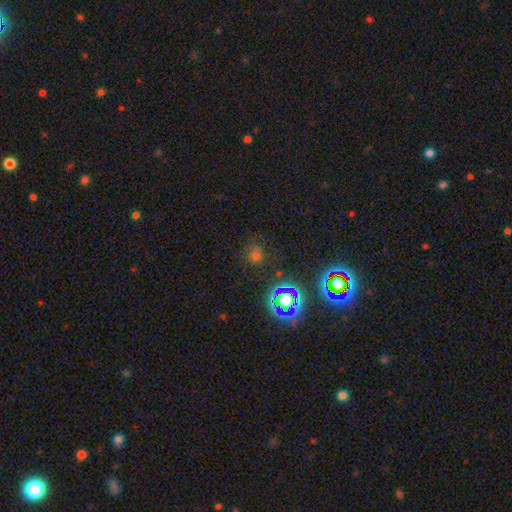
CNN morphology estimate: A smooth galaxy with no disk features (53%) that is round (81%).

Vote fractions:
- Smooth or featured? smooth: 53% / star or artifact: 39% / featured or disk: 8%
- How rounded? round: 81% / in between: 17% / cigar-shaped: 1%
- Merging? none: 78% / minor disturbance: 13% / major disturbance: 6% / merger: 4%